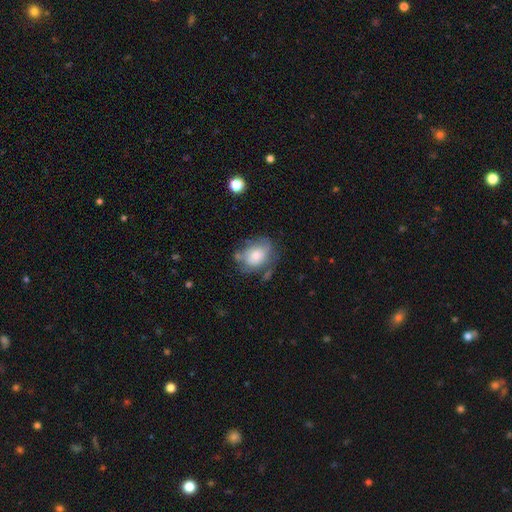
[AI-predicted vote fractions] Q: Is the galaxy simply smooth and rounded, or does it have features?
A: smooth — 61%.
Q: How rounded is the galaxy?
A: in between — 63%.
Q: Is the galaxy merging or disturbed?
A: none — 49%.